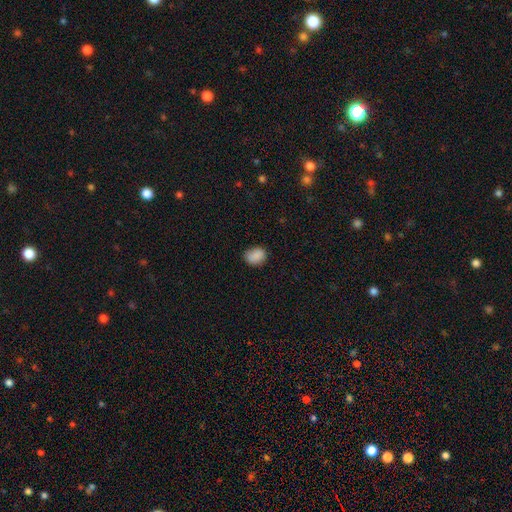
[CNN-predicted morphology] smooth-or-featured: smooth: 87% | star or artifact: 9% | featured or disk: 4%
  how-rounded: in between: 57% | round: 42% | cigar-shaped: 1%
  merging: none: 78% | minor disturbance: 18% | major disturbance: 3% | merger: 1%